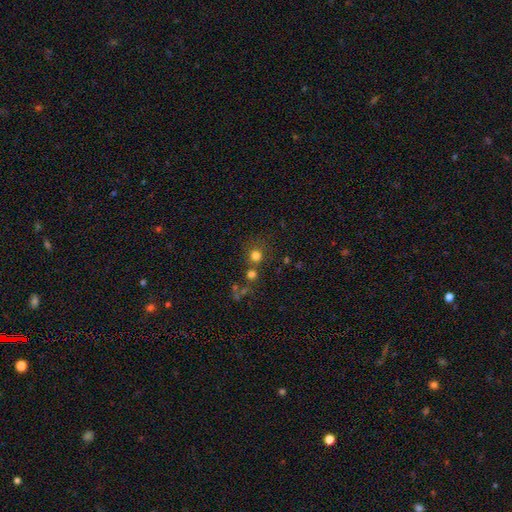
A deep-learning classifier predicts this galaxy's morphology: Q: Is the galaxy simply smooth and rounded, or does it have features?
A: smooth — 74%.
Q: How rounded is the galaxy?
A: round — 89%.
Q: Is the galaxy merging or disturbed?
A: none — 65%.